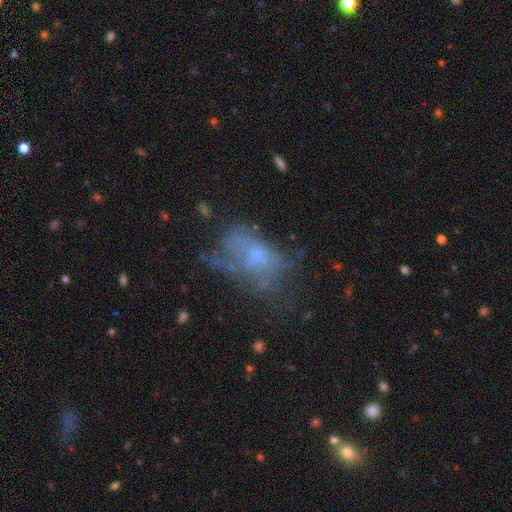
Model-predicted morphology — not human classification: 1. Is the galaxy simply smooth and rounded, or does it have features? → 46% featured or disk, 39% smooth, 15% star or artifact.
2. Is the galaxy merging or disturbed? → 36% major disturbance, 34% none, 23% minor disturbance, 7% merger.